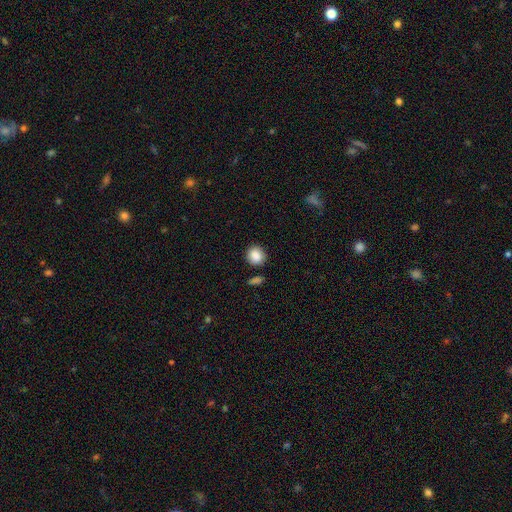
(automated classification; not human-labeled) This is clearly a smooth galaxy (87%). How rounded: likely round (80%). Merging: clearly none (83%).